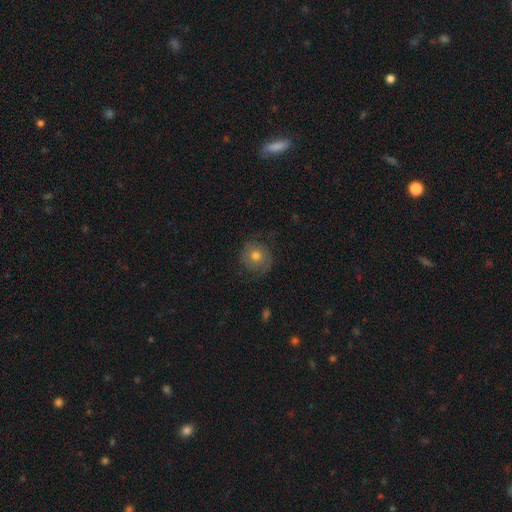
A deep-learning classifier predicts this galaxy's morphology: Overall: smooth (60%; featured or disk 29%). How rounded: round (88%). Merging: none (73%).